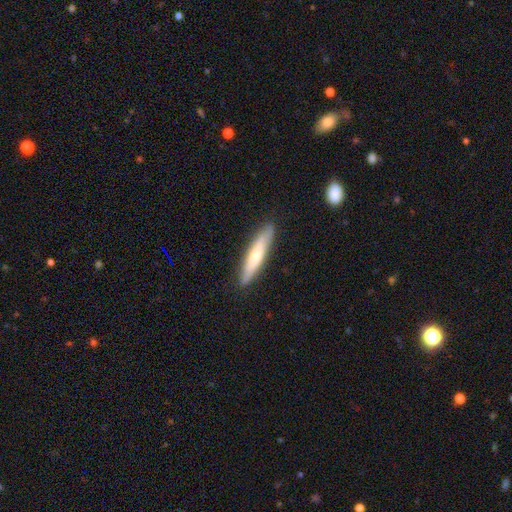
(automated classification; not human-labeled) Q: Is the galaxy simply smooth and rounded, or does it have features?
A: smooth — 58%.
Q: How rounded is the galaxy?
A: cigar-shaped — 89%.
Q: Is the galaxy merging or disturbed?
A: none — 89%.